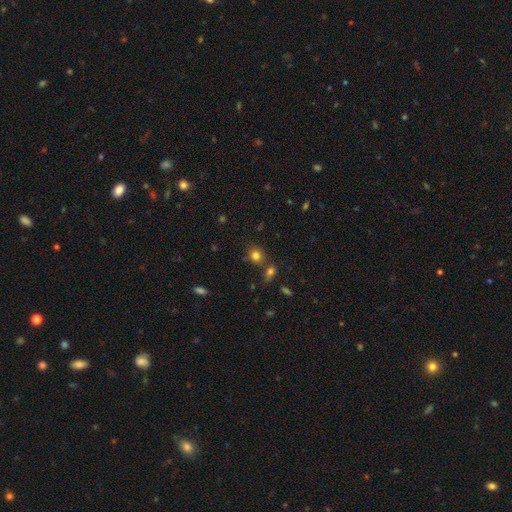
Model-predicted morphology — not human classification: smooth_or_featured: smooth (p=0.79) [alt: star or artifact p=0.14]
how_rounded: round (p=0.75) [alt: in between p=0.24]
merging: none (p=0.68) [alt: merger p=0.16]